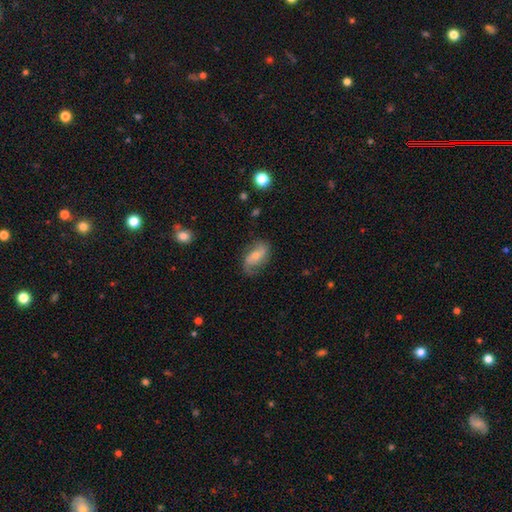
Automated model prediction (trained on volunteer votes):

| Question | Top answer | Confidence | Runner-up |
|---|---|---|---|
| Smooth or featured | featured or disk | 57% | smooth (35%) |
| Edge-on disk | no | 94% | yes (6%) |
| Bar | no | 50% | weak (33%) |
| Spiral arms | yes | 85% | no (15%) |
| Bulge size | small | 52% | moderate (40%) |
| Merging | none | 63% | minor disturbance (24%) |